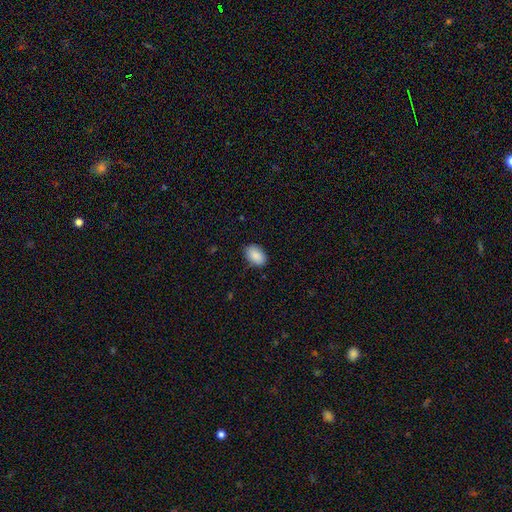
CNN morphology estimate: A smooth galaxy with no disk features (90%) that is in between round and cigar-shaped (89%).

Vote fractions:
- Smooth or featured? smooth: 90% / star or artifact: 7% / featured or disk: 4%
- How rounded? in between: 89% / round: 9% / cigar-shaped: 1%
- Merging? none: 86% / minor disturbance: 11% / major disturbance: 2% / merger: 1%